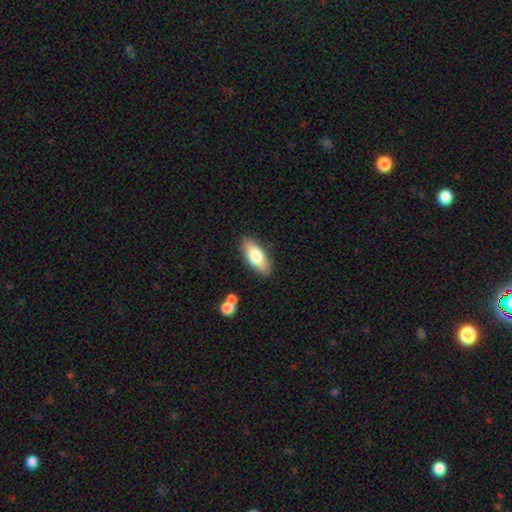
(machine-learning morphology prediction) smooth 72%, featured or disk 22%, star or artifact 6%. Down the decision tree: how rounded — in between (78%); merging — none (85%).